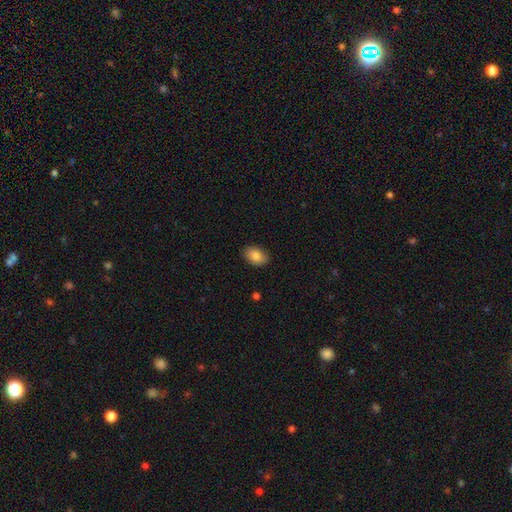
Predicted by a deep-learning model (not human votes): Smooth or featured? Predicted: smooth (p=0.86). How rounded? Predicted: in between (p=0.84). Merging? Predicted: none (p=0.87).